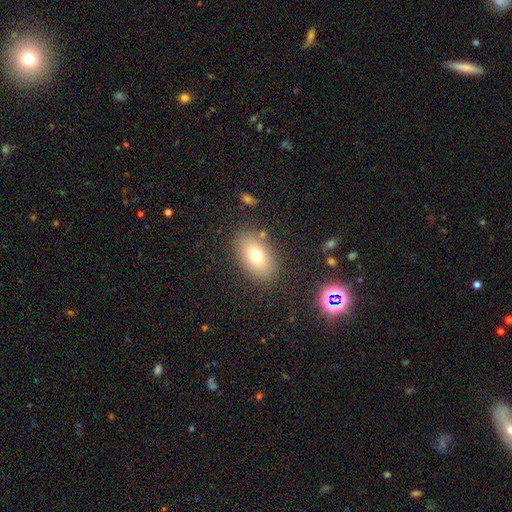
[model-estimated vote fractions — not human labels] The model was most divided on "smooth or featured": smooth: 73%, featured or disk: 16%, star or artifact: 11%. More confident: how rounded — in between (89%); merging — none (84%).